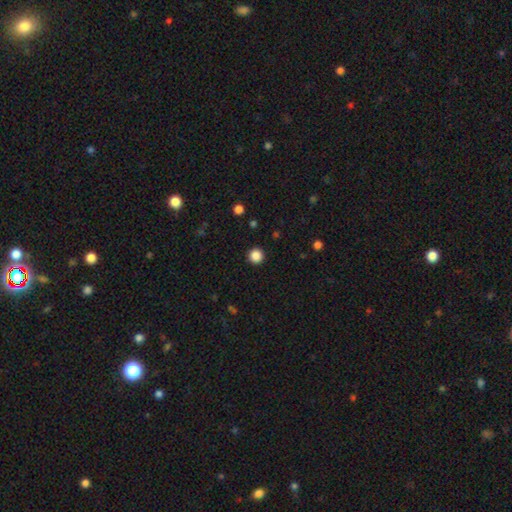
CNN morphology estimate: A smooth galaxy with no disk features (86%) that is round (96%).

Vote fractions:
- Smooth or featured? smooth: 86% / star or artifact: 11% / featured or disk: 3%
- How rounded? round: 96% / in between: 3% / cigar-shaped: 1%
- Merging? none: 93% / minor disturbance: 4% / major disturbance: 2% / merger: 1%